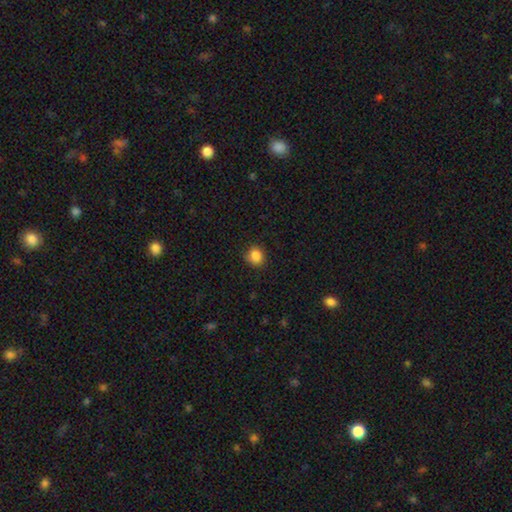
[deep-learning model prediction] smooth 86%, star or artifact 10%, featured or disk 4%. Down the decision tree: how rounded — round (75%); merging — none (82%).